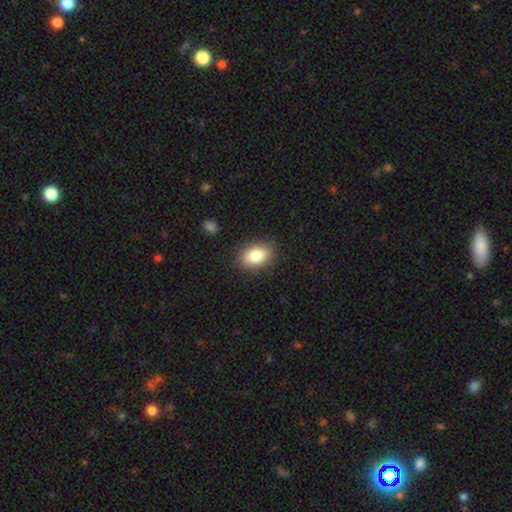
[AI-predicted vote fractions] A smooth galaxy with no disk features (84%) that is in between round and cigar-shaped (86%).

Vote fractions:
- Smooth or featured? smooth: 84% / featured or disk: 9% / star or artifact: 8%
- How rounded? in between: 86% / round: 12% / cigar-shaped: 2%
- Merging? none: 86% / minor disturbance: 10% / major disturbance: 3% / merger: 1%